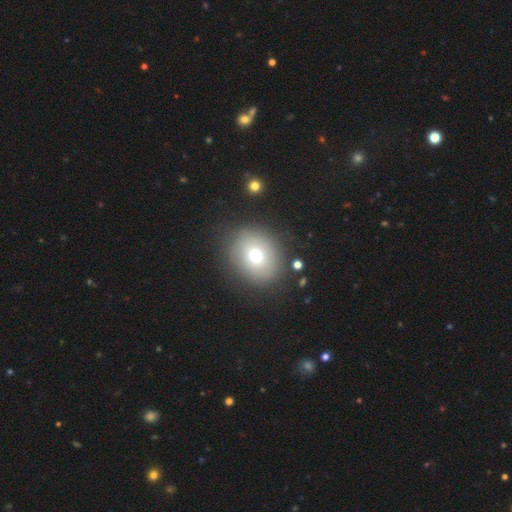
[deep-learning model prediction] smooth 69%, featured or disk 18%, star or artifact 13%. Down the decision tree: how rounded — round (70%); merging — none (82%).